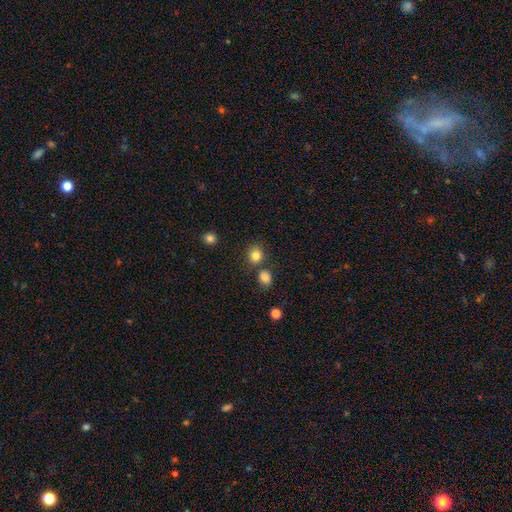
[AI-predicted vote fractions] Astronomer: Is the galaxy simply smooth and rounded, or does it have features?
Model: smooth — 83%.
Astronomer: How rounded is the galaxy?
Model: round — 82%.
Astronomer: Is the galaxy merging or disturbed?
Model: none — 73%.